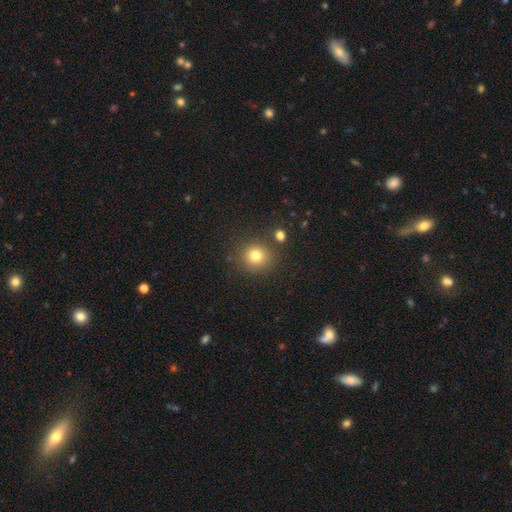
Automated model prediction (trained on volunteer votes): Smooth or featured?
  - smooth: 79% *
  - star or artifact: 13%
  - featured or disk: 8%
How rounded?
  - round: 89% *
  - in between: 10%
  - cigar-shaped: 1%
Merging?
  - none: 81% *
  - minor disturbance: 10%
  - merger: 6%
  - major disturbance: 3%